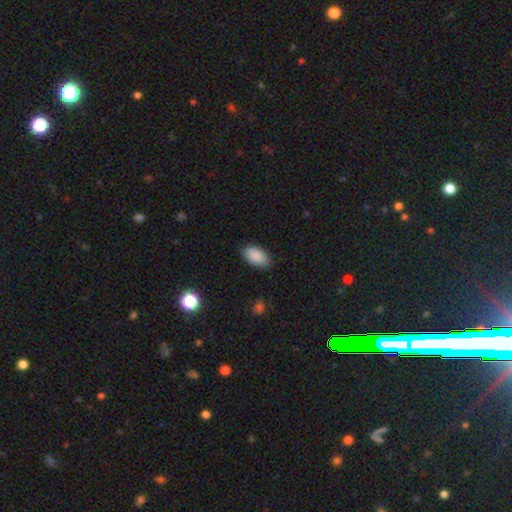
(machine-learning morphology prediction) This is clearly a smooth galaxy (89%). How rounded: clearly in between (94%). Merging: clearly none (84%).